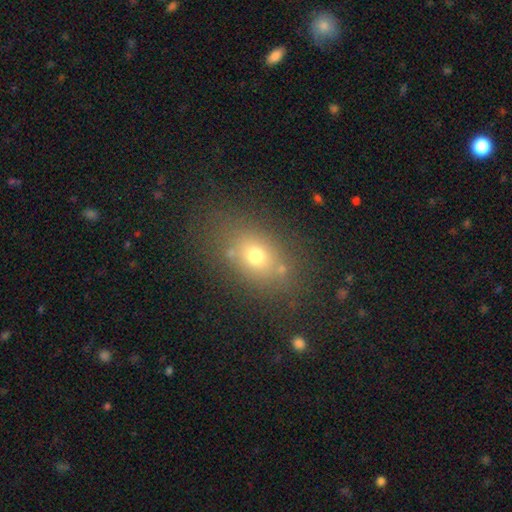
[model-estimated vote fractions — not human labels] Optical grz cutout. It shows a smooth galaxy with no disk features (68%) that is in between round and cigar-shaped (68%). Merging: none (75%).